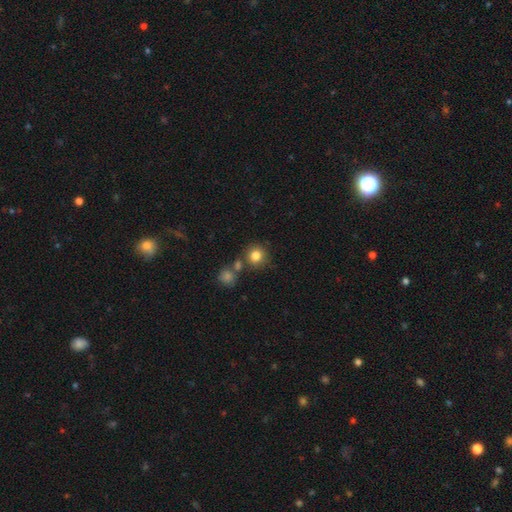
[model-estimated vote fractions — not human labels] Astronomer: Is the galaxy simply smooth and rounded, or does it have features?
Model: smooth — 82%.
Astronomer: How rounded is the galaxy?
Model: round — 90%.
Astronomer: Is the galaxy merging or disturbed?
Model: none — 71%.